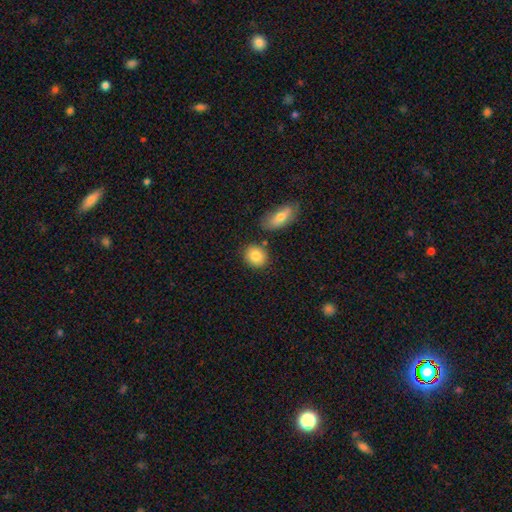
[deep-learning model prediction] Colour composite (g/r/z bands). It shows a smooth galaxy with no disk features (84%) that is round (65%). Merging: none (78%).